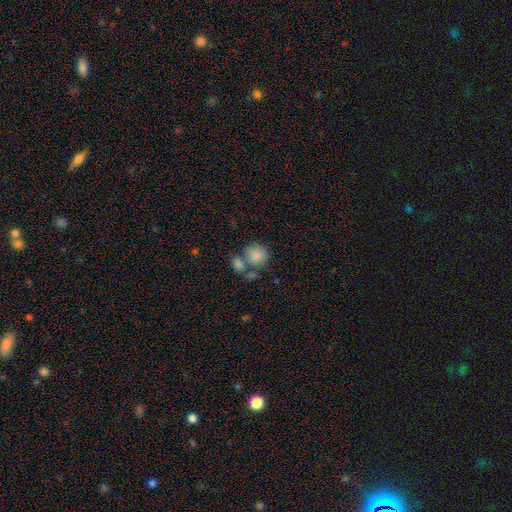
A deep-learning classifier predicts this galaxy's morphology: A smooth galaxy with no disk features (84%) that is round (82%). Merging: none (49%).